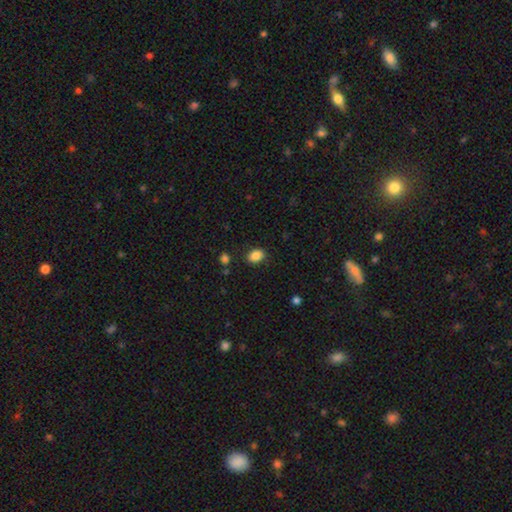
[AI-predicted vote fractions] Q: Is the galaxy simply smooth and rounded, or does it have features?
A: smooth — 86%.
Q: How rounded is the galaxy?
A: in between — 69%.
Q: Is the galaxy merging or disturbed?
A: none — 85%.